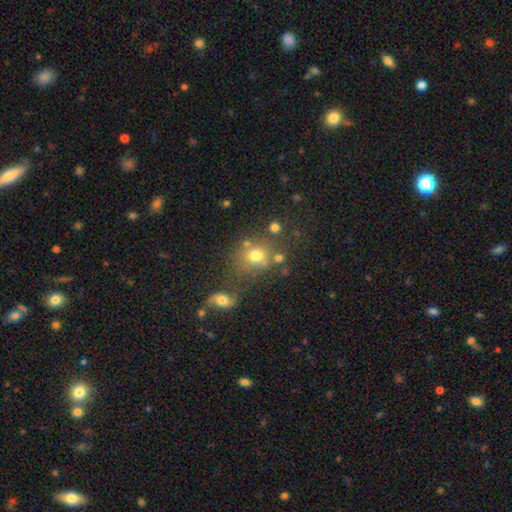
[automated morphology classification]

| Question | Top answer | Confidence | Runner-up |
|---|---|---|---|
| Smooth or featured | smooth | 72% | star or artifact (15%) |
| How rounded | round | 73% | in between (26%) |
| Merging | none | 61% | merger (17%) |